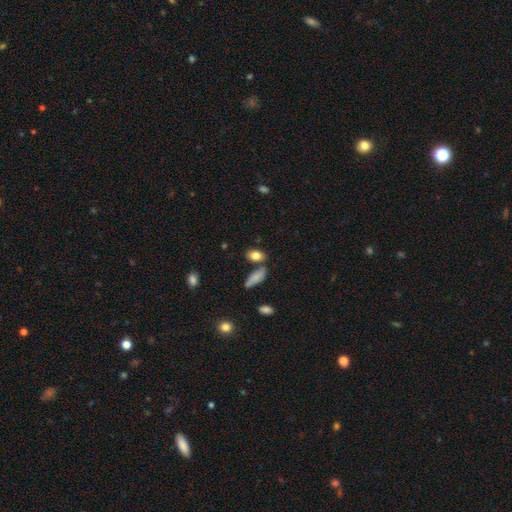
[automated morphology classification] A smooth galaxy with no disk features (83%) that is in between round and cigar-shaped (83%). Merging: none (69%).